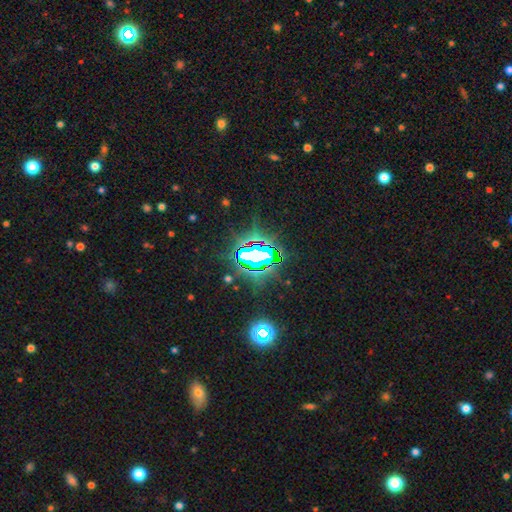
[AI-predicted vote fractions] smooth-or-featured: star or artifact: 80% | featured or disk: 10% | smooth: 9%